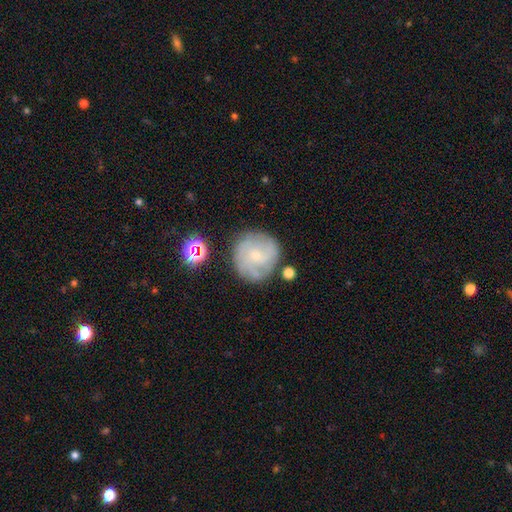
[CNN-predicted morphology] Smooth or featured: featured or disk — 62% (smooth — 28%)
Edge-on disk: no — 98% (yes — 2%)
Bar: no — 74% (weak — 23%)
Spiral arms: yes — 84% (no — 16%)
Spiral winding: tight — 53% (medium — 35%)
Spiral arm count: can't tell — 38% (3 — 23%)
Bulge size: small — 78% (moderate — 18%)
Merging: none — 76% (minor disturbance — 15%)